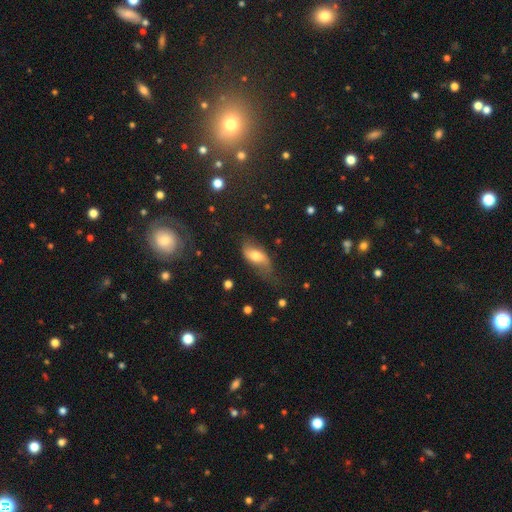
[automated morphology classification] A smooth galaxy with no disk features (47%). Merging: none (53%).